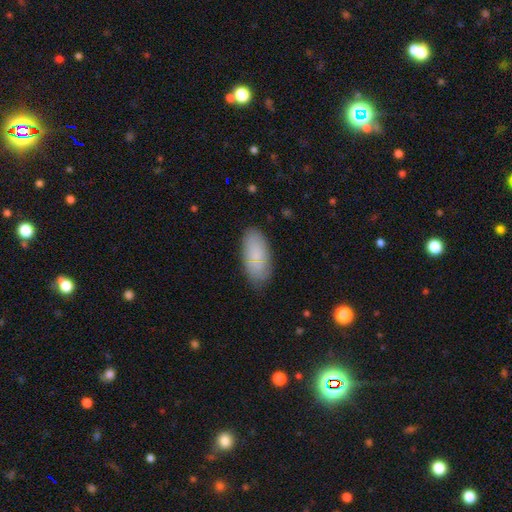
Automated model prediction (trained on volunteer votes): Smooth or featured?
  - smooth: 76% *
  - featured or disk: 17%
  - star or artifact: 7%
How rounded?
  - in between: 89% *
  - cigar-shaped: 8%
  - round: 2%
Merging?
  - none: 75% *
  - minor disturbance: 18%
  - major disturbance: 4%
  - merger: 3%